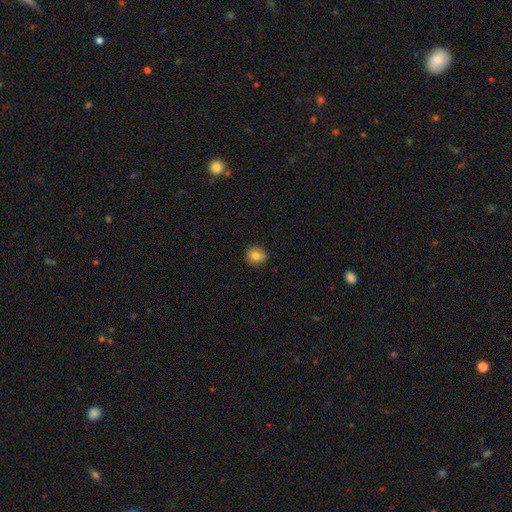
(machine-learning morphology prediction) Smooth or featured? smooth (78%)
How rounded? round (81%)
Merging? none (82%)